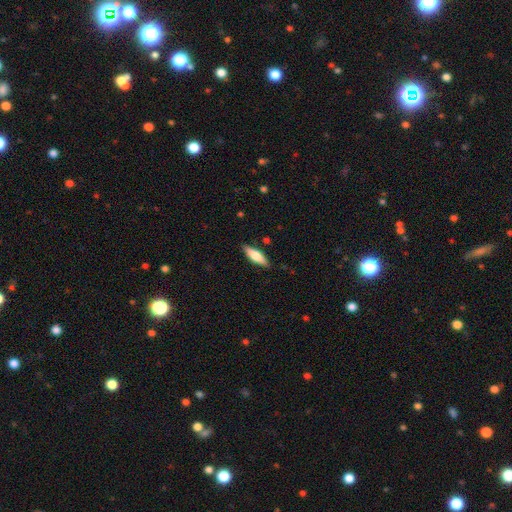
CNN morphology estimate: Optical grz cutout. It shows a smooth galaxy with no disk features (63%) that is cigar-shaped (54%). Merging: none (86%).